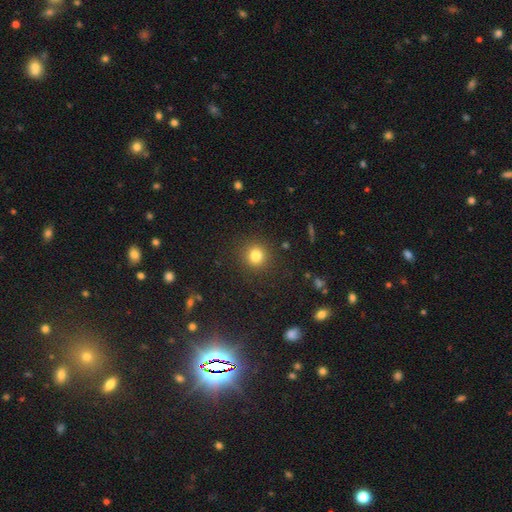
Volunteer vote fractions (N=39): Volunteers were most divided on "merging": none: 86%, minor disturbance: 11%, major disturbance: 3%, merger: 0%. More confident: smooth or featured — smooth (90%); how rounded — round (89%).